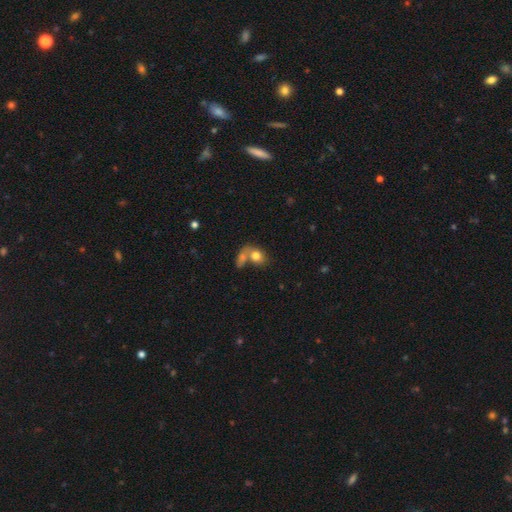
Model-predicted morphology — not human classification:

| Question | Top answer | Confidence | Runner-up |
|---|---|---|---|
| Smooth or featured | smooth | 77% | featured or disk (14%) |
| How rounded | in between | 63% | round (35%) |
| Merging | merger | 54% | none (30%) |